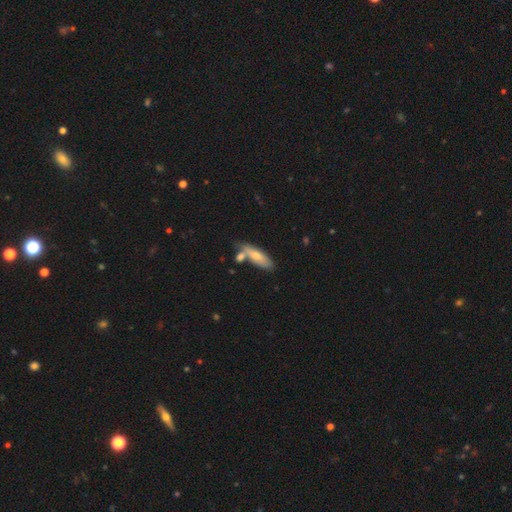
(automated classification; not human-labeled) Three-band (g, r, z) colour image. It shows a smooth galaxy with no disk features (64%) that is in between round and cigar-shaped (55%). Merging: none (53%).